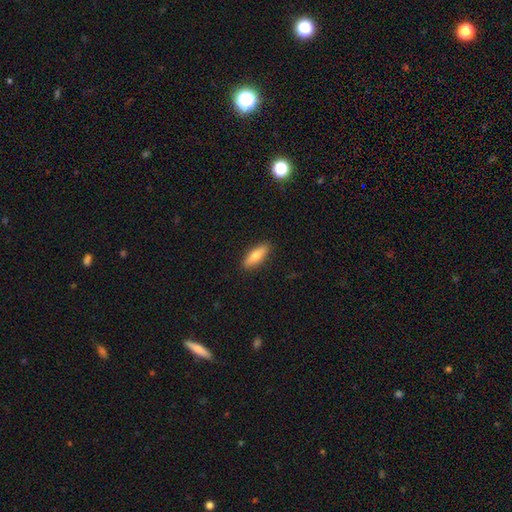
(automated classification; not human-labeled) The model was most divided on "how rounded": in between: 57%, cigar-shaped: 41%, round: 2%. More confident: merging — none (89%); smooth or featured — smooth (73%).